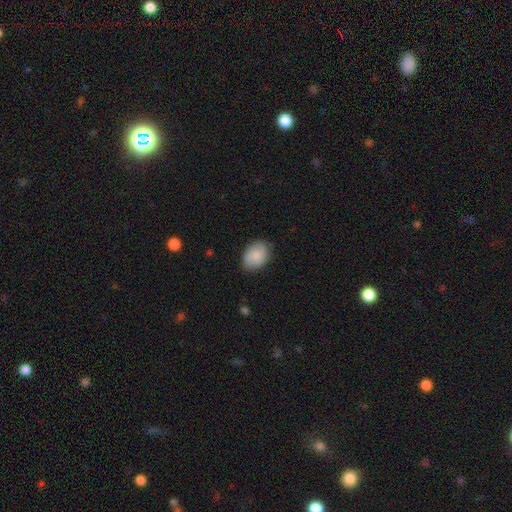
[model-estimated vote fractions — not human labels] The model was most divided on "how rounded": in between: 78%, round: 21%, cigar-shaped: 1%. More confident: smooth or featured — smooth (83%); merging — none (79%).